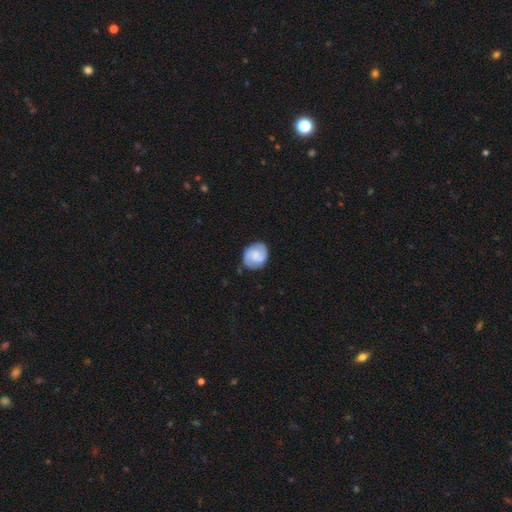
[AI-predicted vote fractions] smooth-or-featured: featured or disk: 65% | smooth: 29% | star or artifact: 6%
  disk-edge-on: no: 98% | yes: 2%
    bar: no: 51% | weak: 42% | strong: 7%
    has-spiral-arms: yes: 94% | no: 6%
      spiral-winding: tight: 43% (tied) | medium: 43% (tied) | loose: 14%
      spiral-arm-count: 2: 80% | can't tell: 9% | 3: 6% | 1: 3% | 4: 1% | more than 4: 1%
    bulge-size: small: 39% | none: 29% | moderate: 26% | large: 5% | dominant: 1%
  merging: none: 78% | minor disturbance: 16% | major disturbance: 4% | merger: 1%